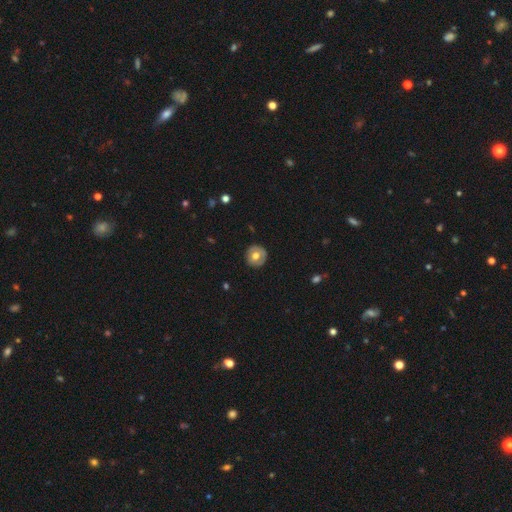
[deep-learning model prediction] Smooth or featured? smooth (60%)
How rounded? round (93%)
Merging? none (87%)